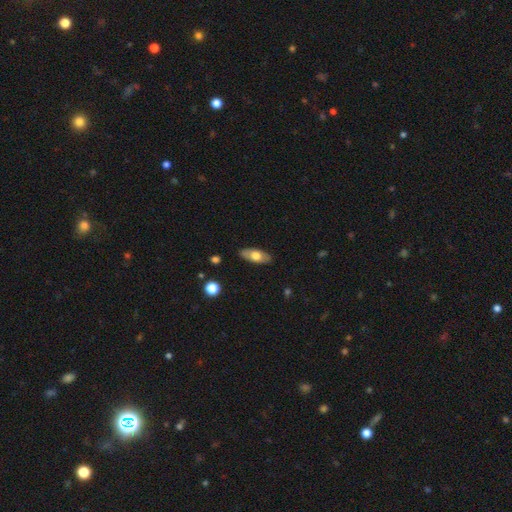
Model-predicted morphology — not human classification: The model was most divided on "smooth or featured": smooth: 63%, featured or disk: 31%, star or artifact: 6%. More confident: merging — none (86%); how rounded — in between (82%).